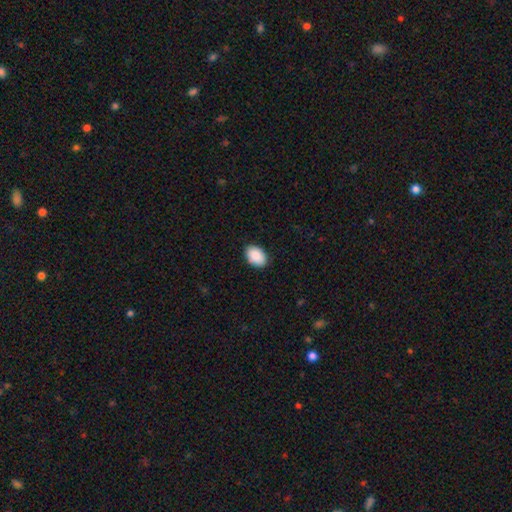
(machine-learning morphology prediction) Q: Smooth or featured?
A: smooth (90%); runner-up: star or artifact (7%)
Q: How rounded?
A: in between (88%); runner-up: round (11%)
Q: Merging?
A: none (87%); runner-up: minor disturbance (10%)